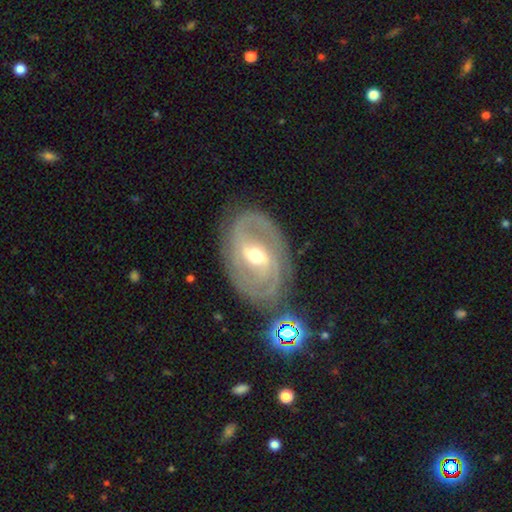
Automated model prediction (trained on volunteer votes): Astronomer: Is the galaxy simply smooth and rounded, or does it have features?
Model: featured or disk — 87%.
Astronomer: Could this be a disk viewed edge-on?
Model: no — 96%.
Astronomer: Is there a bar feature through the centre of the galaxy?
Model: weak — 48% (runner-up: strong, 29%).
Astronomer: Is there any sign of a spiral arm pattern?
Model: yes — 94%.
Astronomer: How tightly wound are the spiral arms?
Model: tight — 56% (runner-up: medium, 35%).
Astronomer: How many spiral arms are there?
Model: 2 — 64%.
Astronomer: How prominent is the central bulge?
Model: moderate — 65%.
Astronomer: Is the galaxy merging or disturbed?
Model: none — 77%.